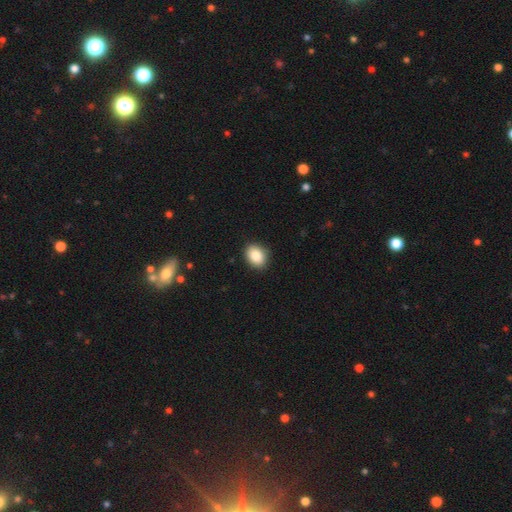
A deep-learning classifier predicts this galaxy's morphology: Q: Smooth or featured?
A: smooth (86%); runner-up: star or artifact (8%)
Q: How rounded?
A: in between (63%); runner-up: round (36%)
Q: Merging?
A: none (90%); runner-up: minor disturbance (8%)